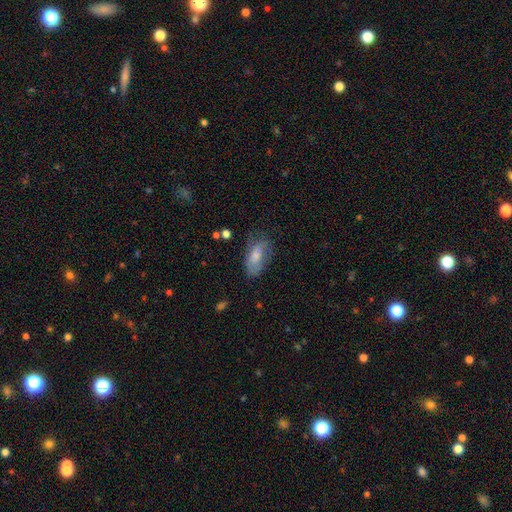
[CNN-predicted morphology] This is likely a smooth galaxy (67%). How rounded: clearly in between (89%). Merging: possibly none (54%).